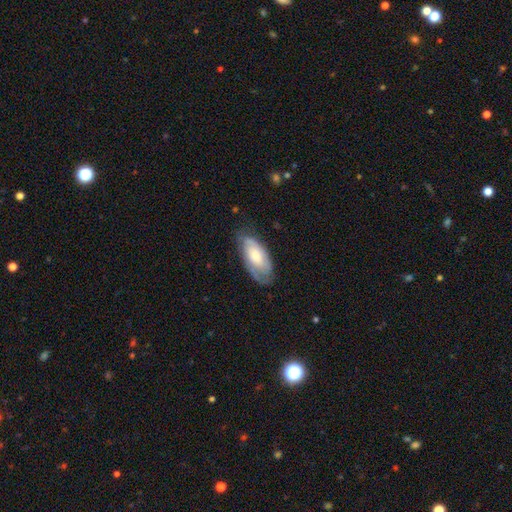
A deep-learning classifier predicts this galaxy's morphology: smooth_or_featured: smooth (p=0.48) [alt: featured or disk p=0.46]
merging: none (p=0.62) [alt: minor disturbance p=0.27]